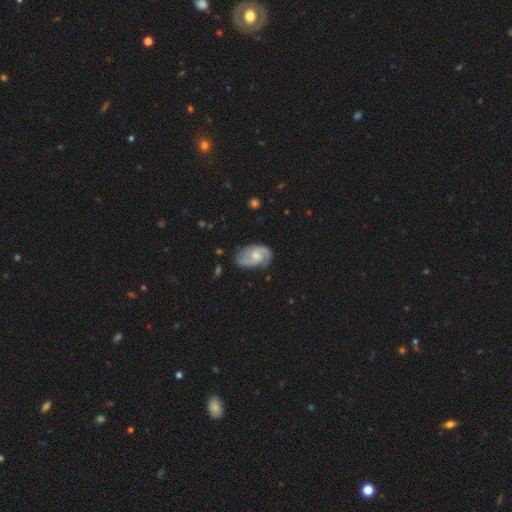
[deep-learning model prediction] Smooth or featured? Predicted: featured or disk (p=0.71). Edge-on disk? Predicted: no (p=0.97). Bar? Predicted: no (p=0.60). Spiral arms? Predicted: yes (p=0.93). Spiral winding? Predicted: medium (p=0.47). Spiral arm count? Predicted: 2 (p=0.72). Bulge size? Predicted: small (p=0.44). Merging? Predicted: none (p=0.64).